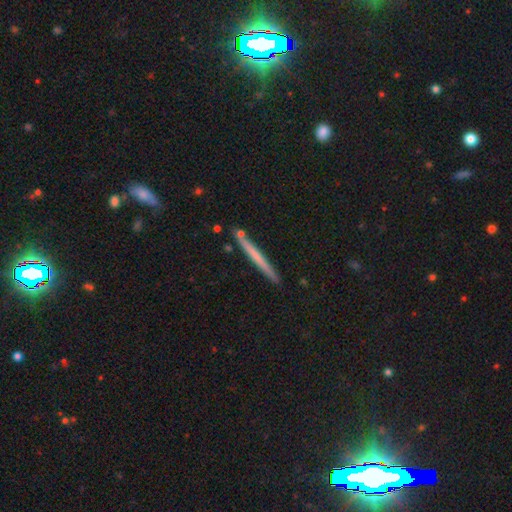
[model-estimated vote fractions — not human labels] A smooth galaxy with no disk features (54%) that is cigar-shaped (97%).

Vote fractions:
- Smooth or featured? smooth: 54% / featured or disk: 40% / star or artifact: 6%
- How rounded? cigar-shaped: 97% / in between: 2% / round: 1%
- Merging? none: 86% / minor disturbance: 9% / merger: 4% / major disturbance: 2%